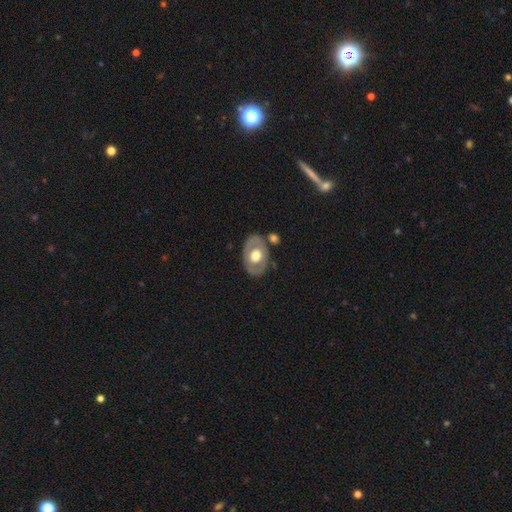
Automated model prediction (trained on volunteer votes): A featured or disk galaxy (54%).

Vote fractions:
- Smooth or featured? featured or disk: 54% / smooth: 40% / star or artifact: 5%
- Edge-on disk? no: 91% / yes: 9%
- Merging? none: 74% / minor disturbance: 14% / merger: 7% / major disturbance: 5%